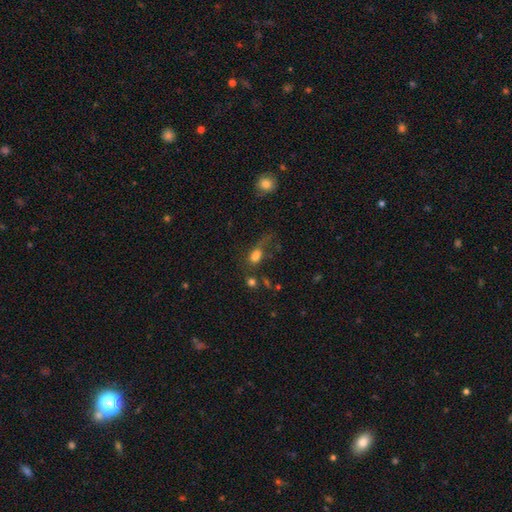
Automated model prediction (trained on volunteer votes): Smooth or featured? smooth (72%)
How rounded? in between (67%)
Merging? major disturbance (41%)